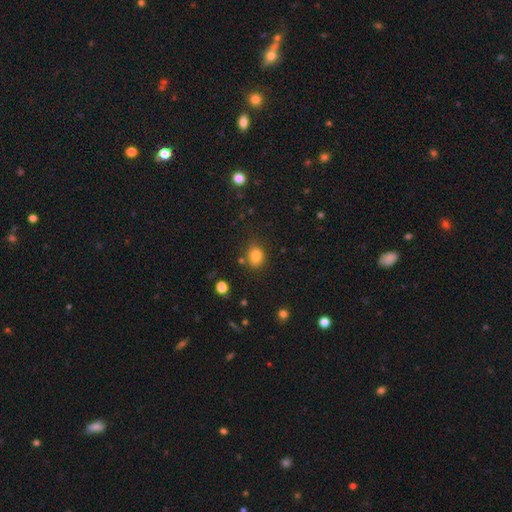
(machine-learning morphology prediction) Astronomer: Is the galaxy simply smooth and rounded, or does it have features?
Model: smooth — 82%.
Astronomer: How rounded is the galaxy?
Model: round — 52% (runner-up: in between, 47%).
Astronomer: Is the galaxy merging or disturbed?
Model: none — 76%.